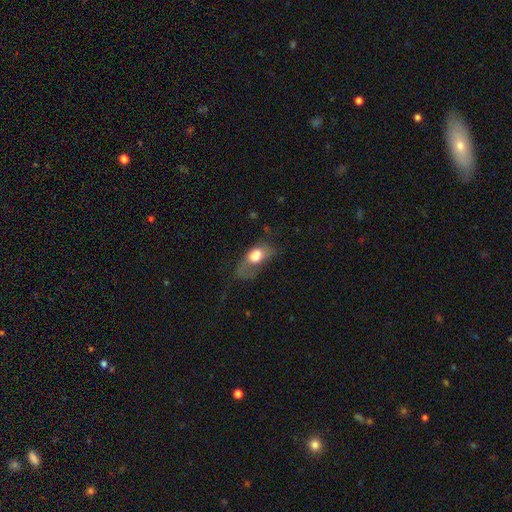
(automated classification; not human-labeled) The model was most divided on "merging": major disturbance: 45%, minor disturbance: 26%, none: 24%, merger: 4%. More confident: how rounded — in between (82%); smooth or featured — smooth (69%).